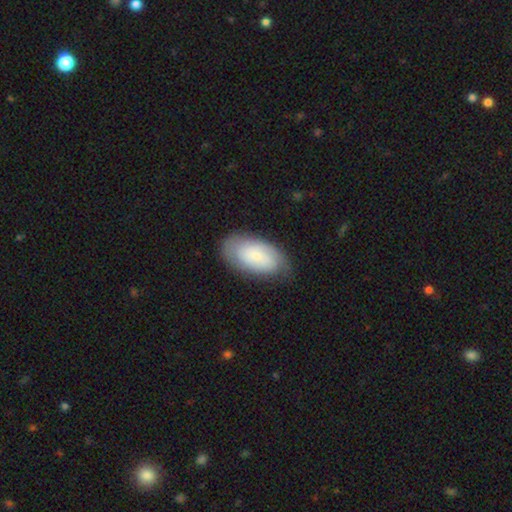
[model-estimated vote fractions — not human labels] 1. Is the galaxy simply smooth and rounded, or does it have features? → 57% smooth, 36% featured or disk, 7% star or artifact.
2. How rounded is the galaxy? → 94% in between, 3% round, 2% cigar-shaped.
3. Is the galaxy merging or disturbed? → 73% none, 20% minor disturbance, 6% major disturbance, 1% merger.